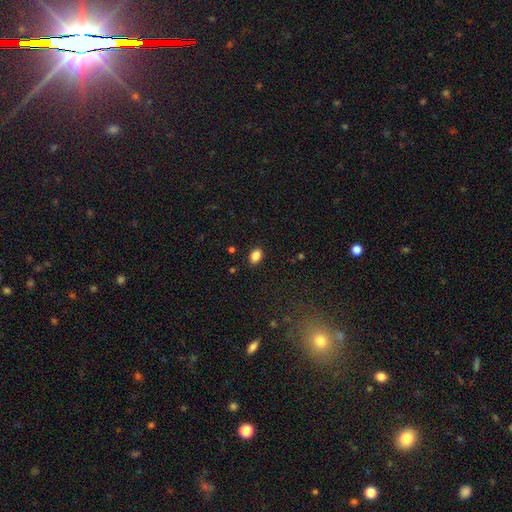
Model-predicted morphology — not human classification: Q: Smooth or featured?
A: smooth (86%); runner-up: star or artifact (10%)
Q: How rounded?
A: in between (78%); runner-up: round (21%)
Q: Merging?
A: none (88%); runner-up: minor disturbance (9%)